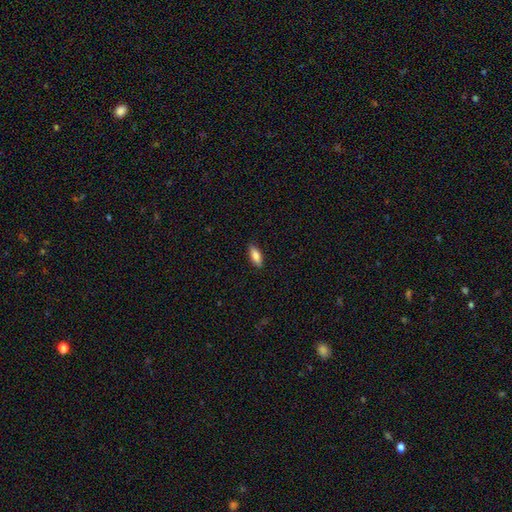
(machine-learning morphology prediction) This is likely a smooth galaxy (79%). How rounded: likely in between (70%). Merging: clearly none (88%).